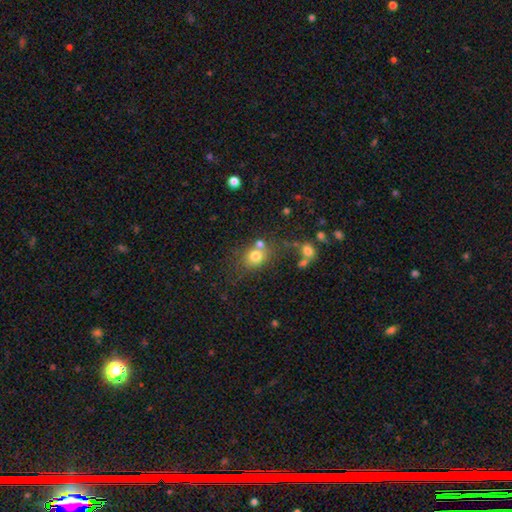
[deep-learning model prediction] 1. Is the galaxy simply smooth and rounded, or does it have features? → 76% smooth, 13% star or artifact, 11% featured or disk.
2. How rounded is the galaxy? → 65% round, 34% in between, 1% cigar-shaped.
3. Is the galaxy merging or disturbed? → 58% none, 23% merger, 13% minor disturbance, 6% major disturbance.